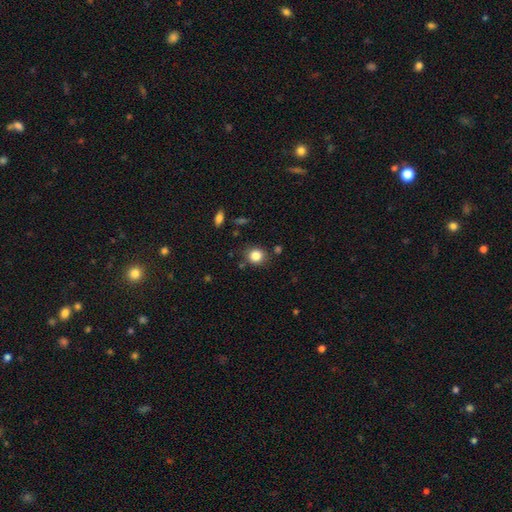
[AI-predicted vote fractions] smooth-or-featured: smooth: 84% | star or artifact: 11% | featured or disk: 5%
  how-rounded: round: 83% | in between: 16% | cigar-shaped: 1%
  merging: none: 83% | minor disturbance: 10% | merger: 4% | major disturbance: 3%